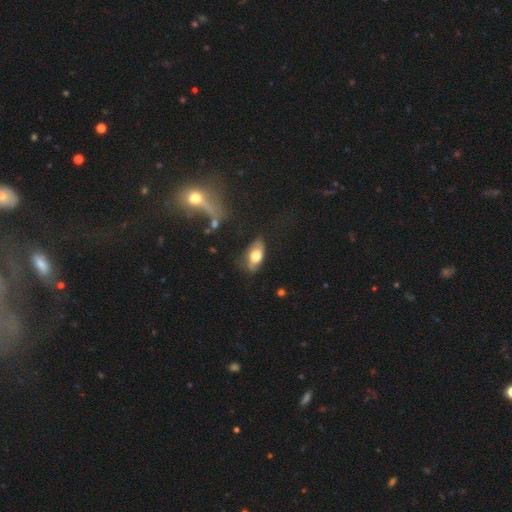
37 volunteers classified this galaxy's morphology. Smooth or featured: smooth — 73% (featured or disk — 22%)
How rounded: in between — 96% (round — 4%)
Merging: none — 54% (minor disturbance — 31%)